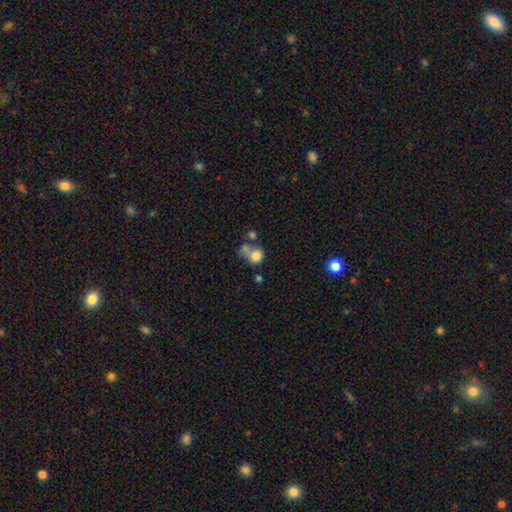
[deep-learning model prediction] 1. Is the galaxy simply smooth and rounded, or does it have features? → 74% smooth, 15% featured or disk, 11% star or artifact.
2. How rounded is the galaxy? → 69% round, 30% in between, 1% cigar-shaped.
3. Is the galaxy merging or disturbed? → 43% merger, 34% none, 13% minor disturbance, 10% major disturbance.